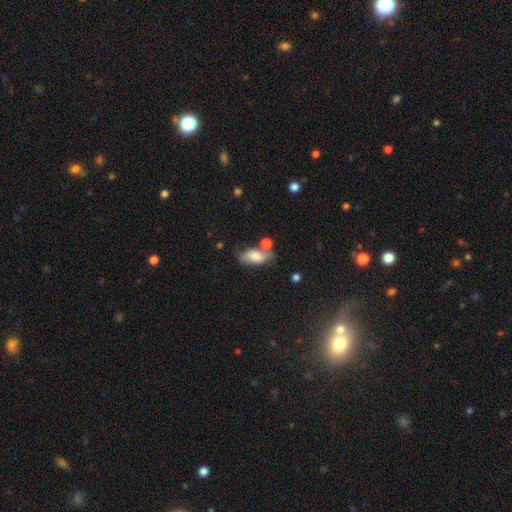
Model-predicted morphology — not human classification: A smooth galaxy with no disk features (70%) that is in between round and cigar-shaped (87%).

Vote fractions:
- Smooth or featured? smooth: 70% / featured or disk: 22% / star or artifact: 8%
- How rounded? in between: 87% / cigar-shaped: 7% / round: 6%
- Merging? none: 55% / minor disturbance: 20% / merger: 18% / major disturbance: 7%